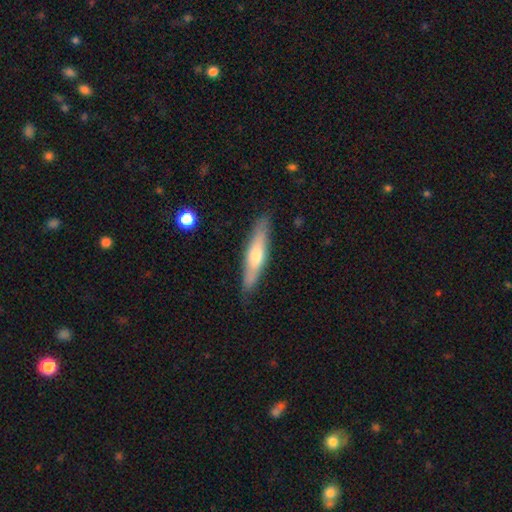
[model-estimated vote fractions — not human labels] A smooth galaxy with no disk features (51%) that is cigar-shaped (83%). Merging: none (86%).